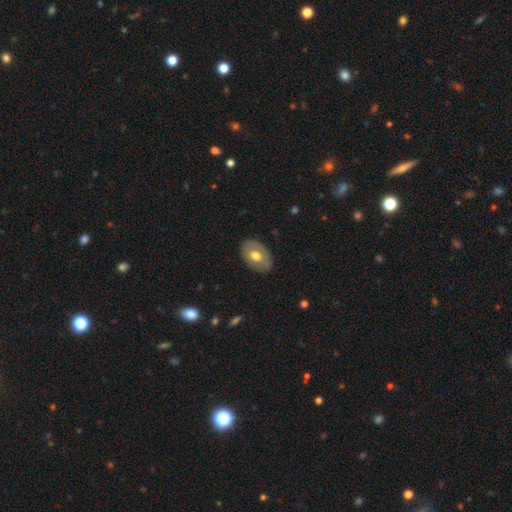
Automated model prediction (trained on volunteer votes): This is possibly a smooth galaxy (54%). How rounded: clearly in between (85%). Merging: clearly none (81%).